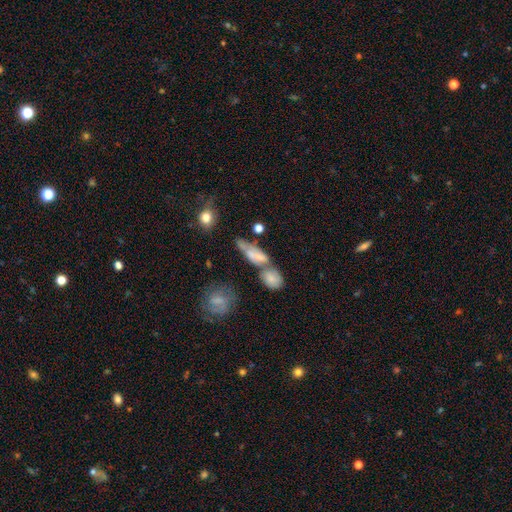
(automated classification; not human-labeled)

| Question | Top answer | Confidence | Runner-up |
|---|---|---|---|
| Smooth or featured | smooth | 56% | featured or disk (32%) |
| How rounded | in between | 54% | cigar-shaped (38%) |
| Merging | merger | 45% | none (30%) |